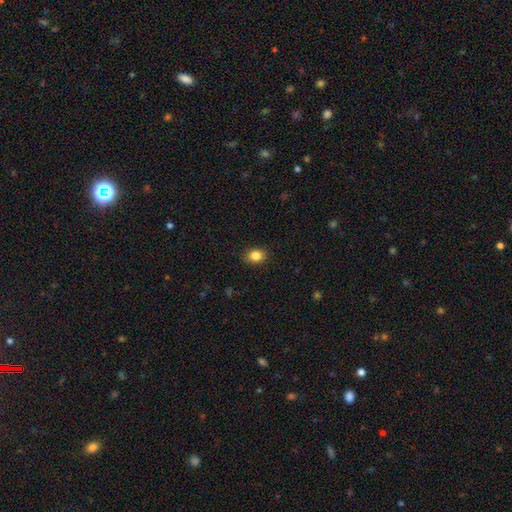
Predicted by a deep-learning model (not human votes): Smooth or featured? smooth (85%)
How rounded? in between (62%)
Merging? none (87%)